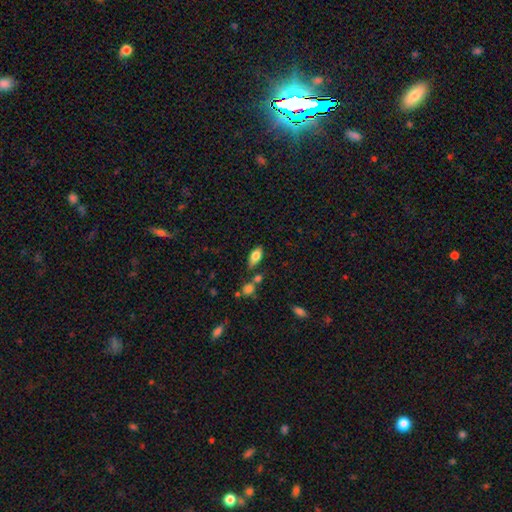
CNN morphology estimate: Q: Smooth or featured?
A: smooth (77%); runner-up: featured or disk (16%)
Q: How rounded?
A: in between (87%); runner-up: cigar-shaped (9%)
Q: Merging?
A: none (69%); runner-up: minor disturbance (15%)